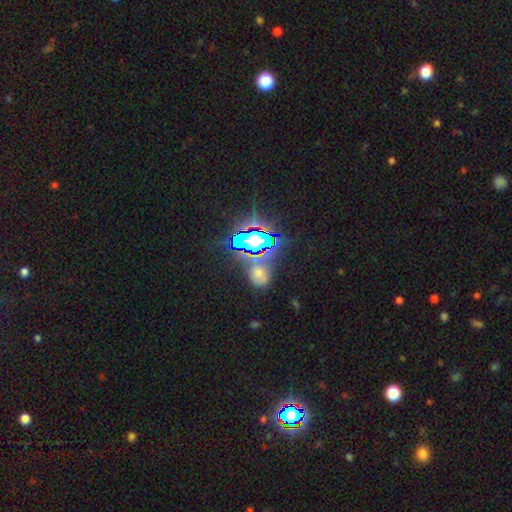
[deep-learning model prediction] A star or artifact, not a galaxy (81%).